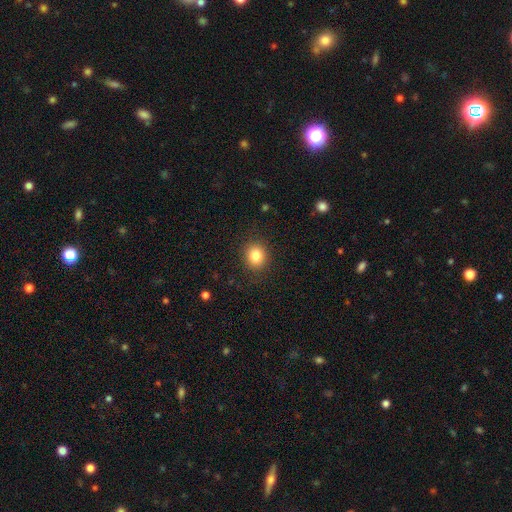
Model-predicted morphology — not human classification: Overall: smooth (82%). How rounded: round (79%). Merging: none (88%).